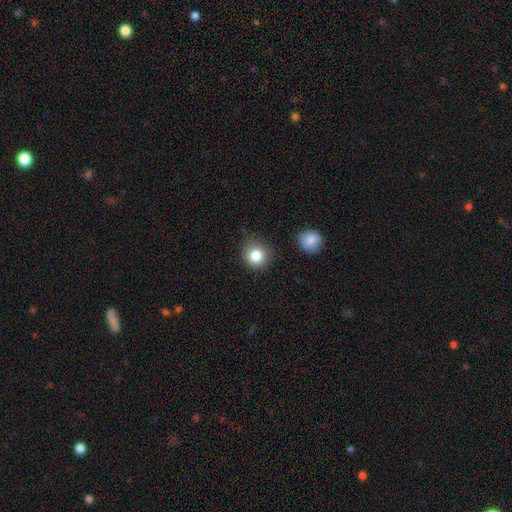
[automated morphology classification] smooth-or-featured: smooth: 83% | star or artifact: 10% | featured or disk: 6%
  how-rounded: round: 88% | in between: 11% | cigar-shaped: 1%
  merging: none: 76% | minor disturbance: 16% | major disturbance: 4% | merger: 3%